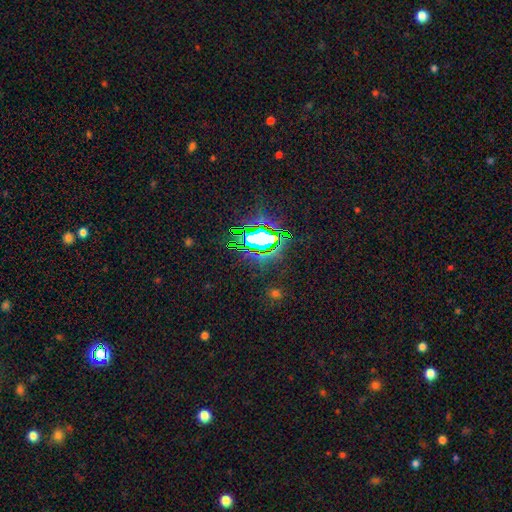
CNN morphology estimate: type=star or artifact (82%).